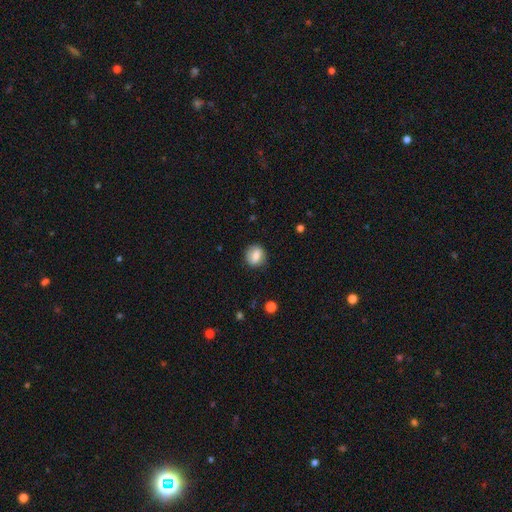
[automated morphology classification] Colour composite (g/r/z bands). It shows a smooth galaxy with no disk features (64%) that is round (77%). Merging: none (84%).